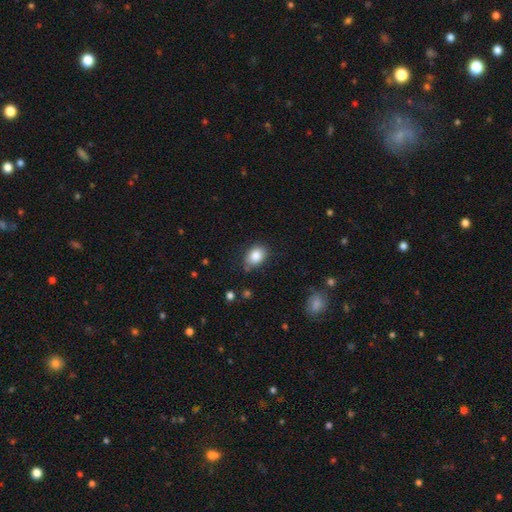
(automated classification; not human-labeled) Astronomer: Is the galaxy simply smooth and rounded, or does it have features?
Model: smooth — 85%.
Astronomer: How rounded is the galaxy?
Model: in between — 71%.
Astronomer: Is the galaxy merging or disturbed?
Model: none — 73%.